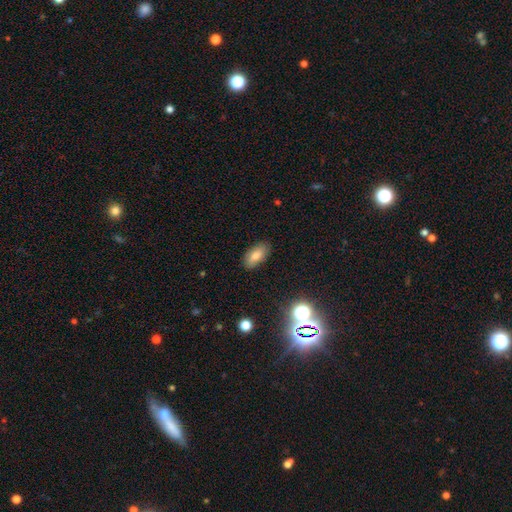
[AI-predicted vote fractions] This is likely a smooth galaxy (76%). How rounded: clearly in between (92%). Merging: clearly none (84%).